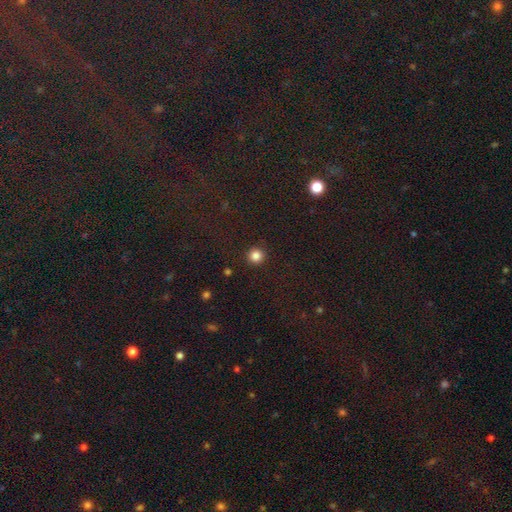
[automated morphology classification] smooth-or-featured: smooth: 84% | star or artifact: 12% | featured or disk: 4%
  how-rounded: round: 95% | in between: 4% | cigar-shaped: 1%
  merging: none: 92% | minor disturbance: 5% | major disturbance: 2% | merger: 1%